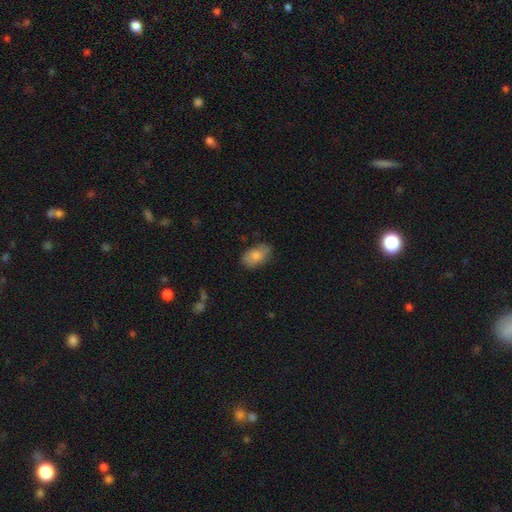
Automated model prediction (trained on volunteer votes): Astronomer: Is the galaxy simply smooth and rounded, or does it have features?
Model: smooth — 80%.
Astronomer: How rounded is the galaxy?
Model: in between — 91%.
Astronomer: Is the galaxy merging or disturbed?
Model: none — 76%.